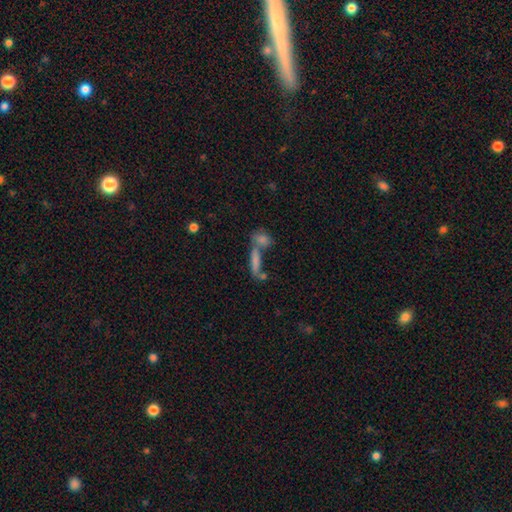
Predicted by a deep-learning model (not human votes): Q: Smooth or featured?
A: smooth (61%); runner-up: featured or disk (22%)
Q: How rounded?
A: cigar-shaped (66%); runner-up: in between (28%)
Q: Merging?
A: merger (44%); runner-up: none (41%)